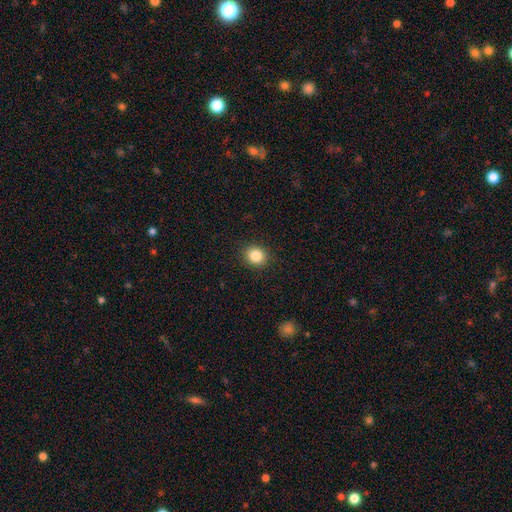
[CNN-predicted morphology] smooth-or-featured: smooth: 86% | star or artifact: 10% | featured or disk: 5%
  how-rounded: round: 76% | in between: 23% | cigar-shaped: 1%
  merging: none: 91% | minor disturbance: 6% | major disturbance: 2% | merger: 1%